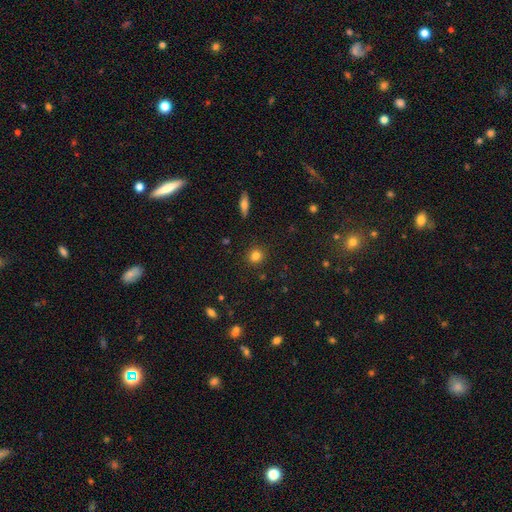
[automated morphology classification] Smooth or featured? smooth (82%)
How rounded? round (89%)
Merging? none (90%)